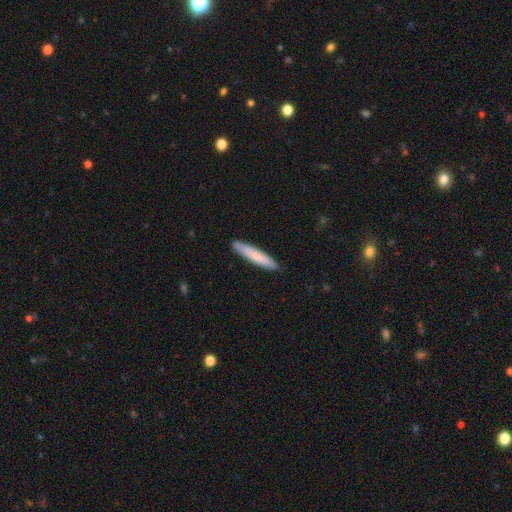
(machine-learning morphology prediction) Smooth or featured: smooth — 78% (featured or disk — 17%)
How rounded: cigar-shaped — 92% (in between — 7%)
Merging: none — 88% (minor disturbance — 9%)